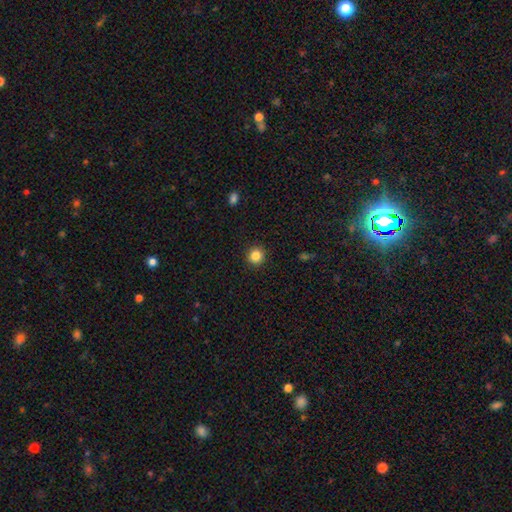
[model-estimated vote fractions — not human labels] Overall: smooth (85%). How rounded: round (94%). Merging: none (93%).